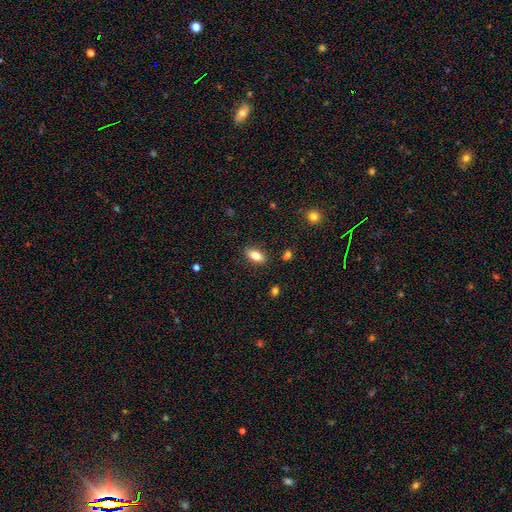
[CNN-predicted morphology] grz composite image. It shows a smooth galaxy with no disk features (80%) that is in between round and cigar-shaped (86%). Merging: none (86%).